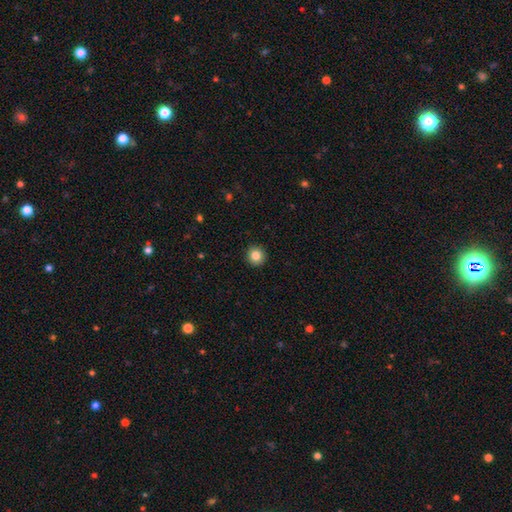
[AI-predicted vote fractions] Smooth or featured?
  - smooth: 83% *
  - star or artifact: 10%
  - featured or disk: 7%
How rounded?
  - round: 93% *
  - in between: 6%
  - cigar-shaped: 1%
Merging?
  - none: 93% *
  - minor disturbance: 5%
  - major disturbance: 1%
  - merger: 1%